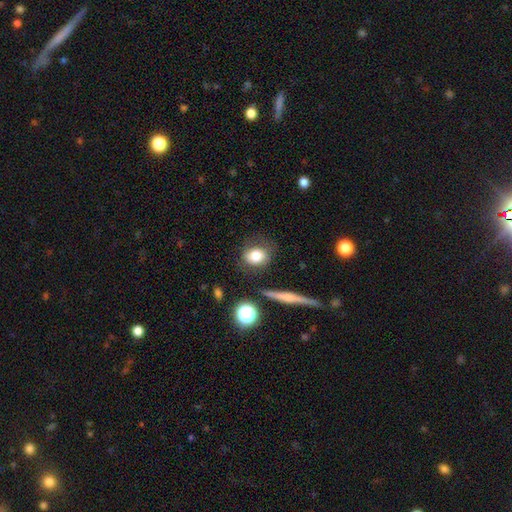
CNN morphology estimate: smooth 77%, featured or disk 13%, star or artifact 10%. Down the decision tree: how rounded — round (50%); merging — none (72%).